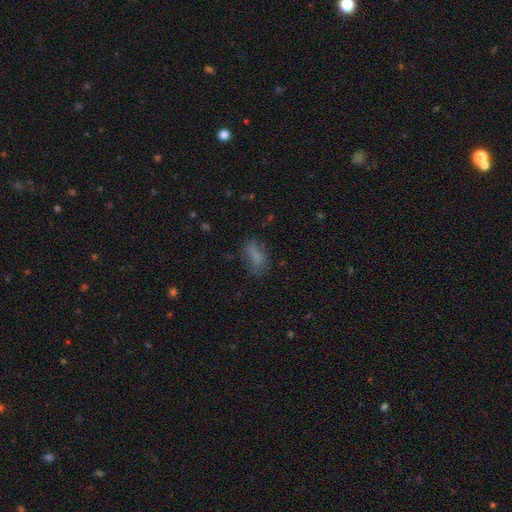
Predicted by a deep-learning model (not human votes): Smooth or featured: smooth — 72% (featured or disk — 15%)
How rounded: in between — 81% (cigar-shaped — 12%)
Merging: none — 58% (minor disturbance — 24%)